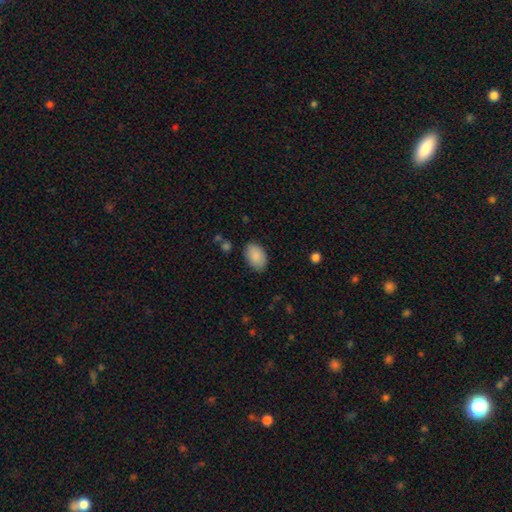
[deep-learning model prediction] smooth 89%, star or artifact 6%, featured or disk 4%. Down the decision tree: how rounded — in between (90%); merging — none (84%).